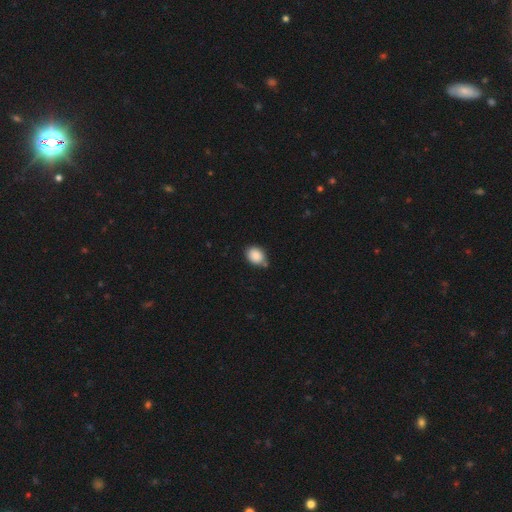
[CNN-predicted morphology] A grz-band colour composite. It shows a smooth galaxy with no disk features (88%) that is in between round and cigar-shaped (57%). Merging: none (68%).